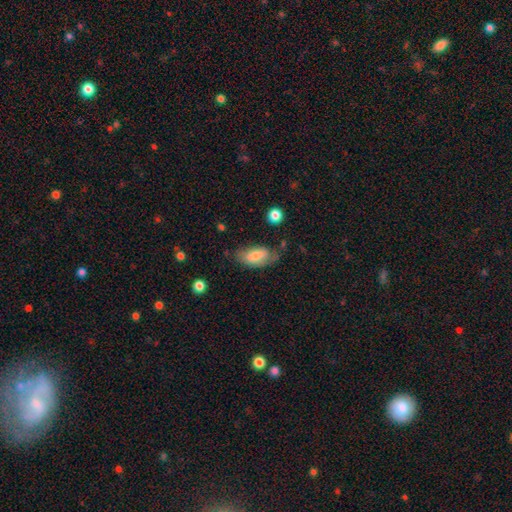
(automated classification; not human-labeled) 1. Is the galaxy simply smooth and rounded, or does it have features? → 71% smooth, 23% featured or disk, 7% star or artifact.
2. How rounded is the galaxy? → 90% in between, 7% cigar-shaped, 3% round.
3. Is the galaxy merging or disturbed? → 57% none, 29% minor disturbance, 10% major disturbance, 3% merger.